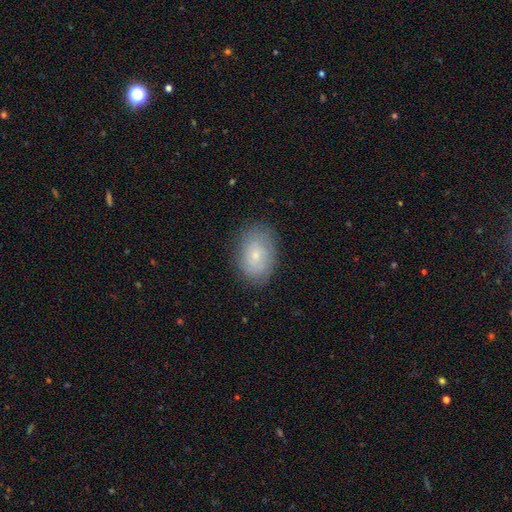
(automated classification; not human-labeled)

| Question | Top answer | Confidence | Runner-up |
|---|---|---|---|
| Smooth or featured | smooth | 64% | featured or disk (27%) |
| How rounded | in between | 86% | round (13%) |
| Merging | none | 80% | minor disturbance (15%) |